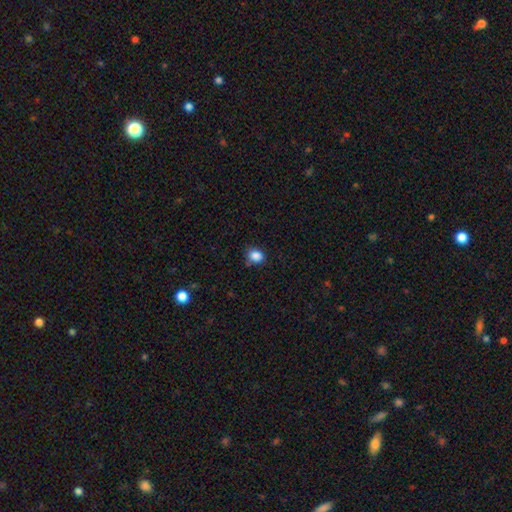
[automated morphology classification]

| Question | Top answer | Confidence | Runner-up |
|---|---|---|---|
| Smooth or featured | smooth | 86% | star or artifact (10%) |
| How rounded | round | 54% | in between (45%) |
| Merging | none | 74% | minor disturbance (19%) |